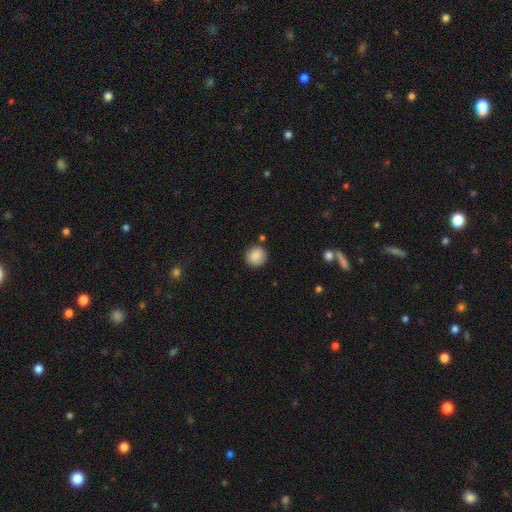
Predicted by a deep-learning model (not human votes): Morphology: type=smooth (87%); roundness=round (93%); merging=none (85%).